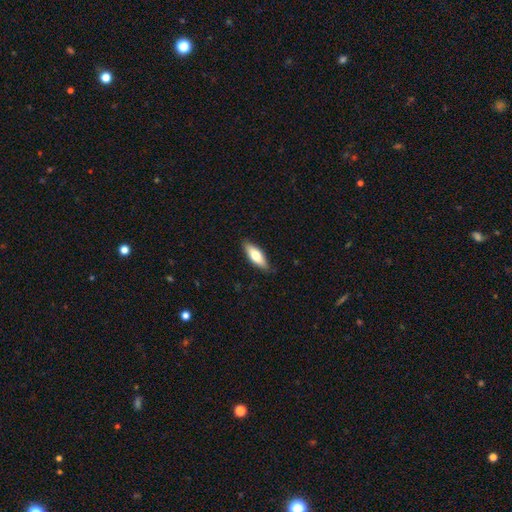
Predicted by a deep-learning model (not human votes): Overall: smooth (67%; featured or disk 28%). How rounded: in between (58%; cigar-shaped 40%). Merging: none (85%).